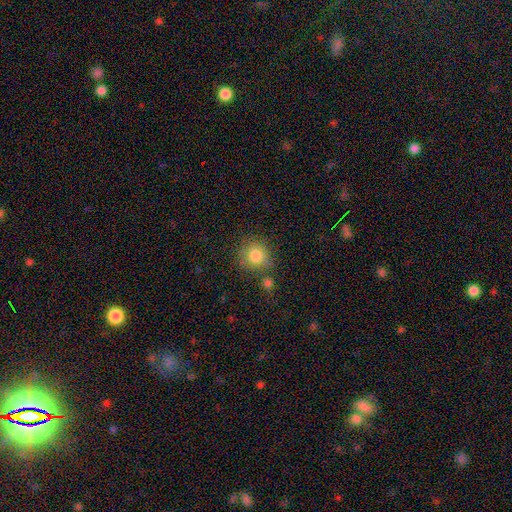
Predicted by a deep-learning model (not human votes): Smooth or featured? Predicted: smooth (p=0.82). How rounded? Predicted: round (p=0.87). Merging? Predicted: none (p=0.71).